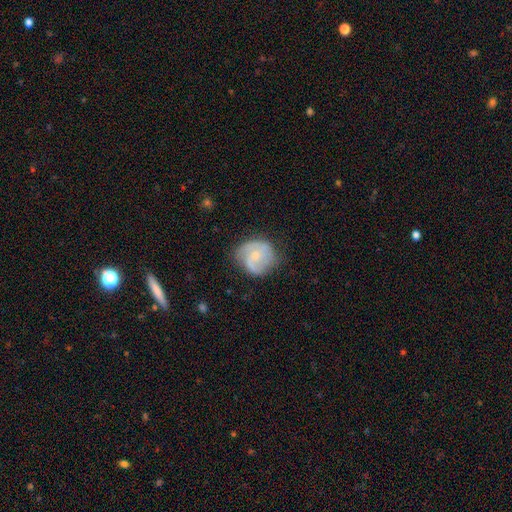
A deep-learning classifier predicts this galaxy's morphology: Smooth or featured? featured or disk (68%)
Edge-on disk? no (98%)
Bar? no (63%)
Spiral arms? yes (91%)
Spiral winding? medium (46%)
Spiral arm count? 2 (63%)
Bulge size? small (61%)
Merging? none (65%)